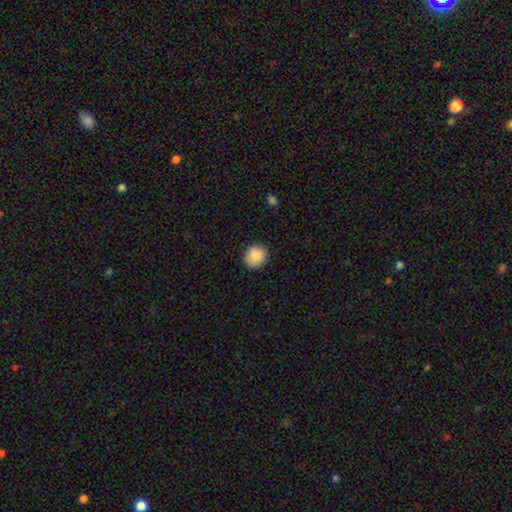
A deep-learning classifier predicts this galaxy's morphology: This appears to be a smooth galaxy with no disk features (88%) that is round (83%). Merging: none (88%).